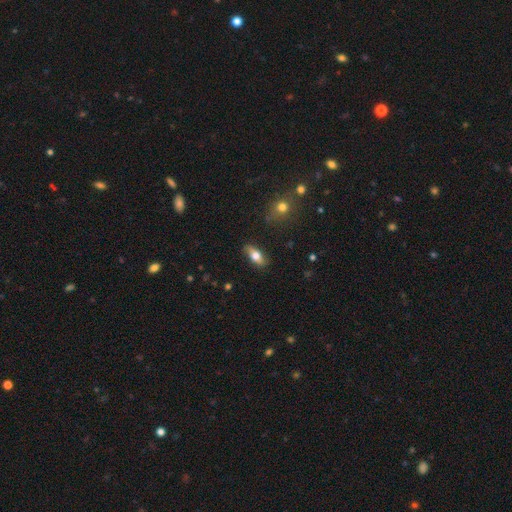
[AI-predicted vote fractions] Smooth or featured? Predicted: smooth (p=0.65). How rounded? Predicted: in between (p=0.77). Merging? Predicted: none (p=0.83).